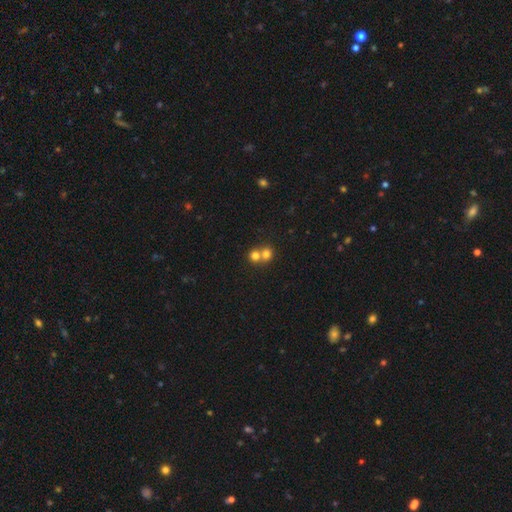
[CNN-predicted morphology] smooth 76%, star or artifact 12%, featured or disk 12%. Down the decision tree: how rounded — round (84%); merging — merger (60%).